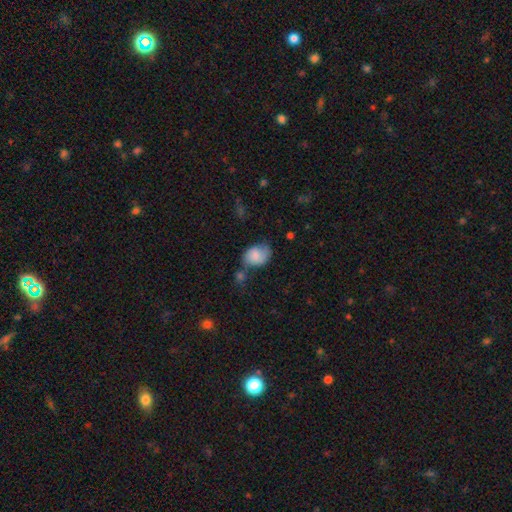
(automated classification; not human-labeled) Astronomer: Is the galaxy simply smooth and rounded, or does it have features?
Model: smooth — 76%.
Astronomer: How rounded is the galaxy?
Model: in between — 72%.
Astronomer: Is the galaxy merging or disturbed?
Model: none — 46% (runner-up: minor disturbance, 29%).